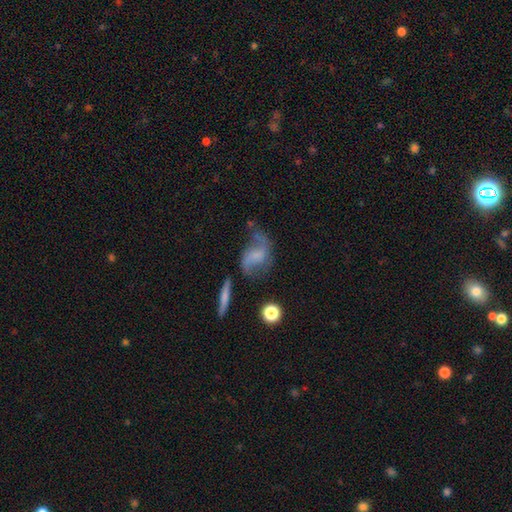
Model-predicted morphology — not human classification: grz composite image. It shows a featured or disk galaxy (67%) with no bar (48%), 2 (87%) loose (73%) spiral arms (88%) and no central bulge (53%). Merging: none (49%).